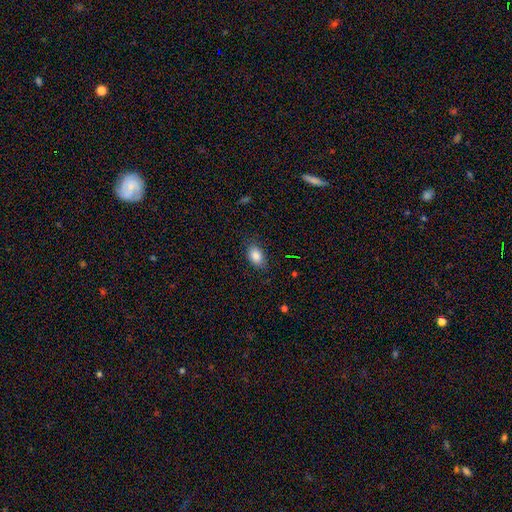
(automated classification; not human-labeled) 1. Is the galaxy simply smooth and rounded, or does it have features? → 86% smooth, 8% star or artifact, 6% featured or disk.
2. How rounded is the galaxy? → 88% in between, 10% round, 2% cigar-shaped.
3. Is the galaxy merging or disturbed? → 81% none, 14% minor disturbance, 4% major disturbance, 1% merger.